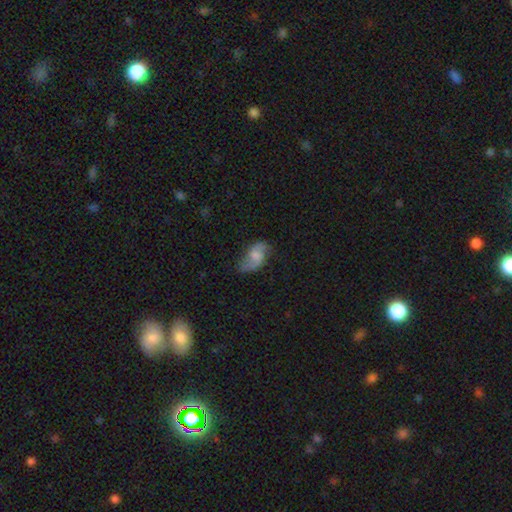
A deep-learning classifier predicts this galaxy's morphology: A featured or disk galaxy (60%) with no bar (52%), 2 (88%) loose (58%) spiral arms (90%) and a moderate central bulge (37%). Merging: none (64%).